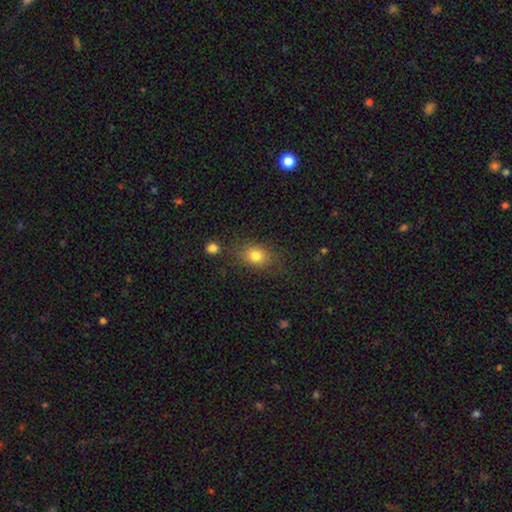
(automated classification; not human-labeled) Smooth or featured? Predicted: smooth (p=0.79). How rounded? Predicted: in between (p=0.55). Merging? Predicted: none (p=0.73).